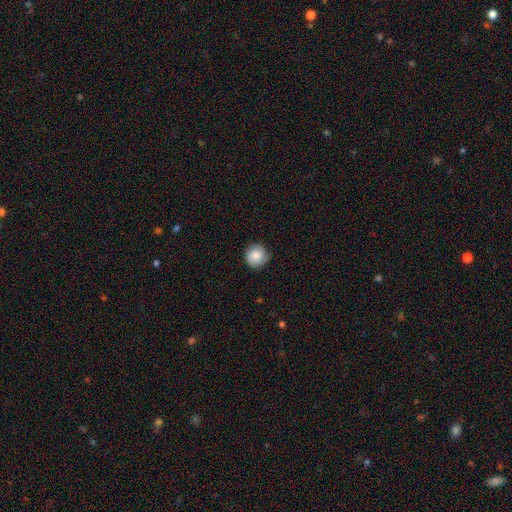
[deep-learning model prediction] Smooth or featured? smooth (81%)
How rounded? round (94%)
Merging? none (82%)